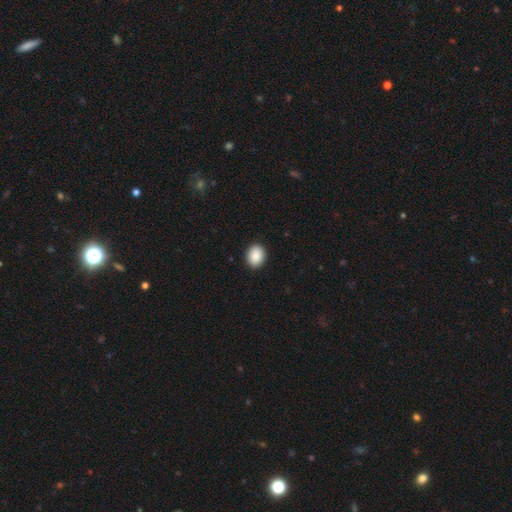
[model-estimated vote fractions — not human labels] Overall: smooth (89%). How rounded: in between (58%; round 41%). Merging: none (91%).